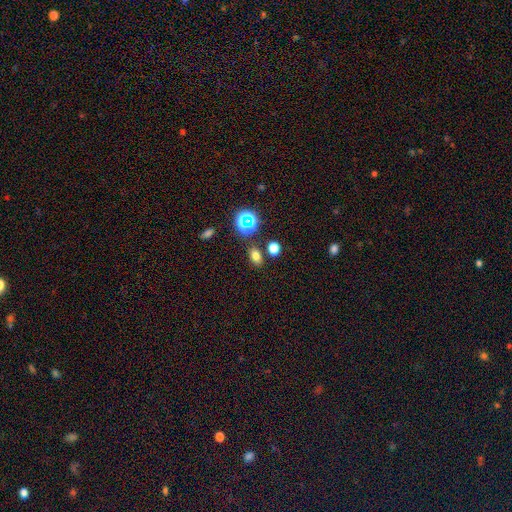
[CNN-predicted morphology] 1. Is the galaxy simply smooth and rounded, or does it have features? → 72% smooth, 20% star or artifact, 8% featured or disk.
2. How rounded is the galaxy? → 74% in between, 24% round, 2% cigar-shaped.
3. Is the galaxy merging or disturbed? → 80% none, 10% minor disturbance, 8% merger, 3% major disturbance.